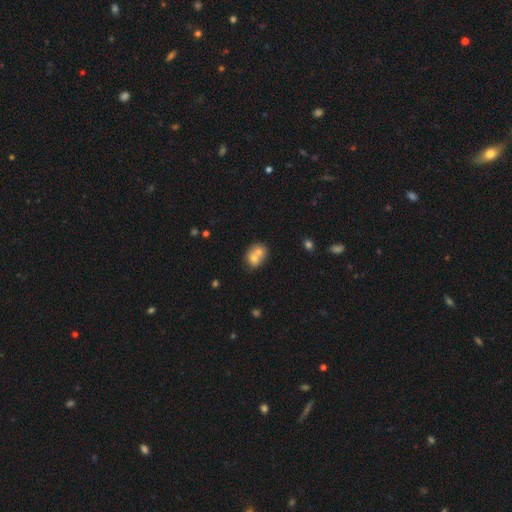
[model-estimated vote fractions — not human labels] Smooth or featured? Predicted: smooth (p=0.66). How rounded? Predicted: round (p=0.56). Merging? Predicted: merger (p=0.69).